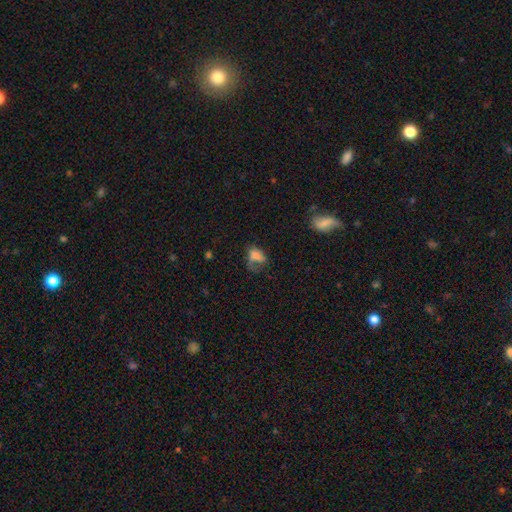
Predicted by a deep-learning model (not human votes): This is possibly a smooth galaxy (60%). How rounded: clearly in between (82%). Merging: possibly major disturbance (46%).